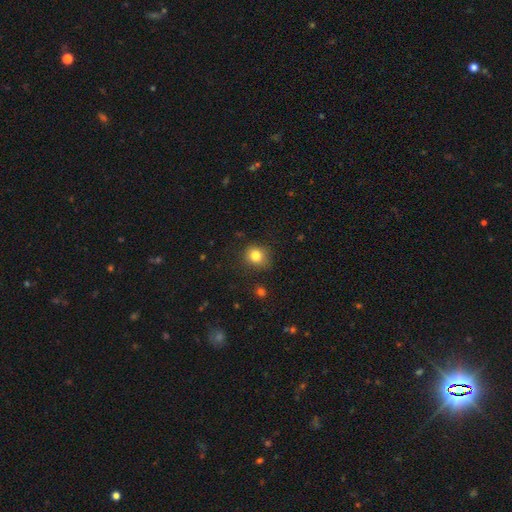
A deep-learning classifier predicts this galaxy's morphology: type=smooth (81%); roundness=round (81%); merging=none (80%).